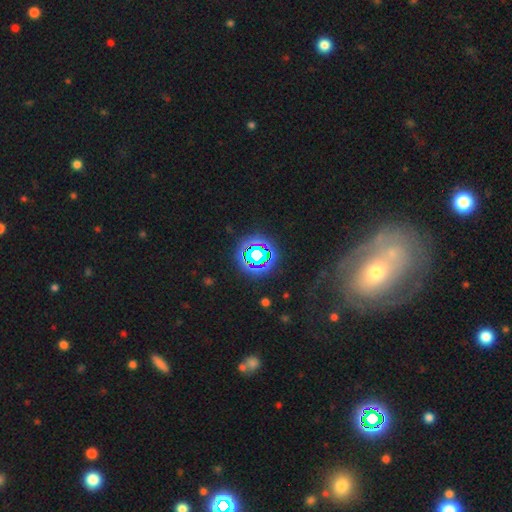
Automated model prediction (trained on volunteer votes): Overall: featured or disk (40%; star or artifact 36%). Merging: none (66%).